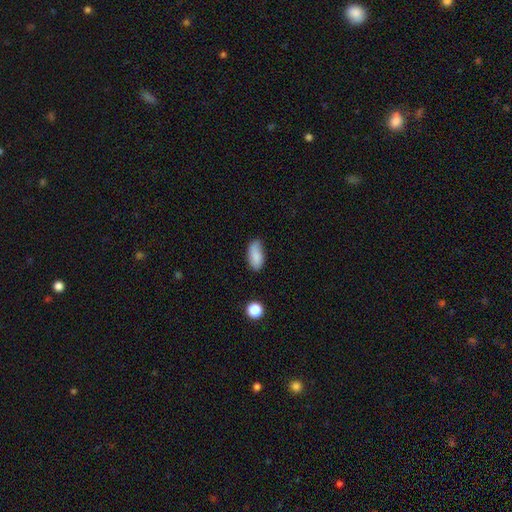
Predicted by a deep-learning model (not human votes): Smooth or featured? Predicted: smooth (p=0.84). How rounded? Predicted: in between (p=0.90). Merging? Predicted: none (p=0.68).